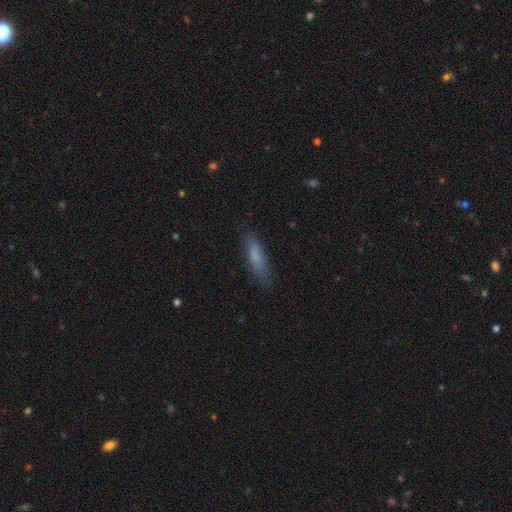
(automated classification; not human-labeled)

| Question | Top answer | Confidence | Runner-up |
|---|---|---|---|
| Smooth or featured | smooth | 75% | featured or disk (18%) |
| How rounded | cigar-shaped | 68% | in between (30%) |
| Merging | none | 78% | minor disturbance (17%) |